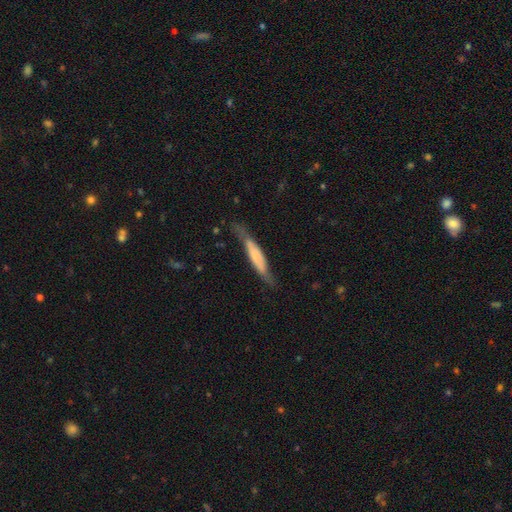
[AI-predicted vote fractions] Q: Smooth or featured?
A: smooth (53%); runner-up: featured or disk (41%)
Q: How rounded?
A: cigar-shaped (87%); runner-up: in between (12%)
Q: Merging?
A: none (63%); runner-up: minor disturbance (25%)